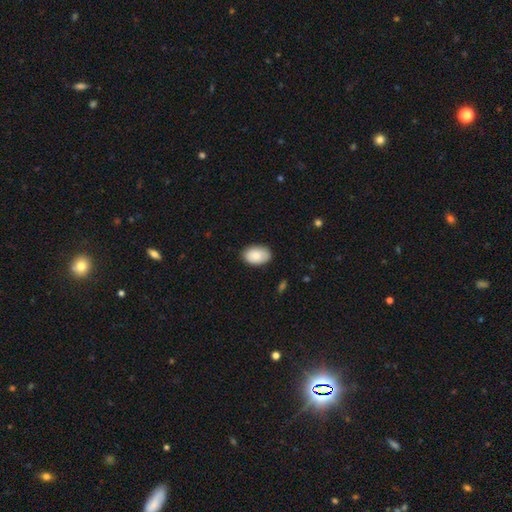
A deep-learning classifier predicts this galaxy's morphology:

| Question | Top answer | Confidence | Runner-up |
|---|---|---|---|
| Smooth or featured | smooth | 85% | featured or disk (9%) |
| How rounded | in between | 91% | round (8%) |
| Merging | none | 84% | minor disturbance (12%) |